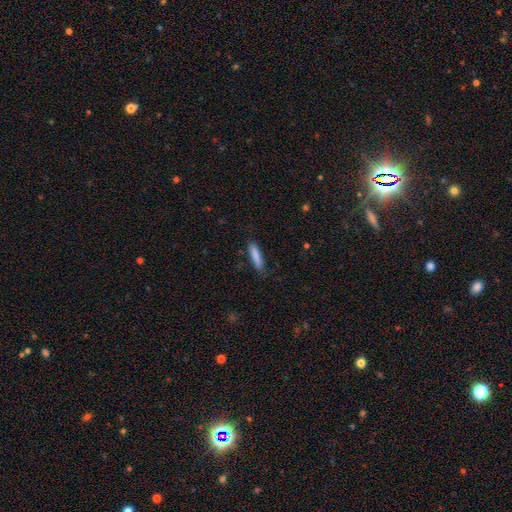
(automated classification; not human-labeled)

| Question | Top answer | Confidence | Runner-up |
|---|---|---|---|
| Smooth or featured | smooth | 84% | featured or disk (10%) |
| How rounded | cigar-shaped | 84% | in between (15%) |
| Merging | none | 83% | minor disturbance (13%) |